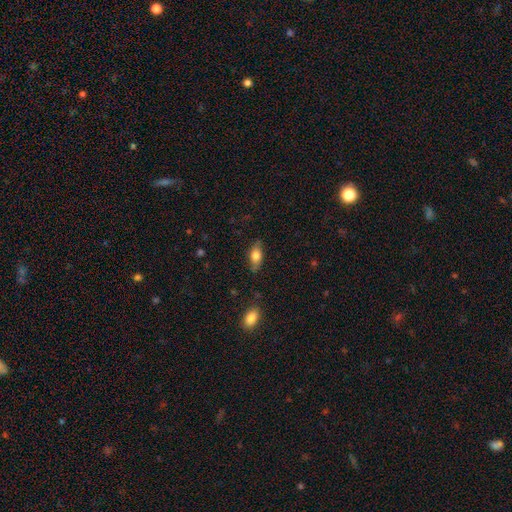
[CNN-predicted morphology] Q: Smooth or featured?
A: smooth (71%); runner-up: featured or disk (22%)
Q: How rounded?
A: in between (81%); runner-up: cigar-shaped (15%)
Q: Merging?
A: none (79%); runner-up: minor disturbance (16%)